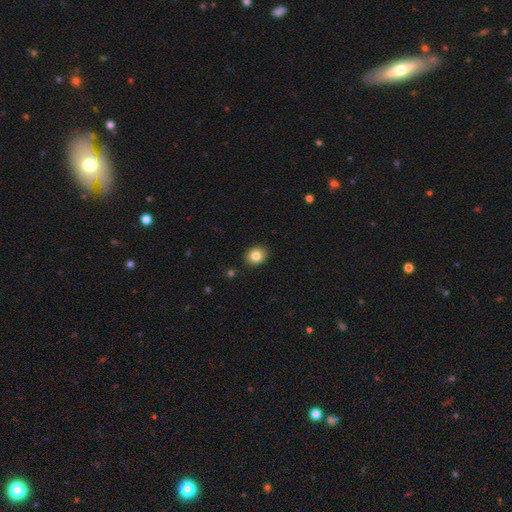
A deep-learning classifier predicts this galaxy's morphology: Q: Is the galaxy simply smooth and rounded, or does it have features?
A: smooth — 83%.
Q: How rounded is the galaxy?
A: round — 62%.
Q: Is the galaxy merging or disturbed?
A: none — 90%.